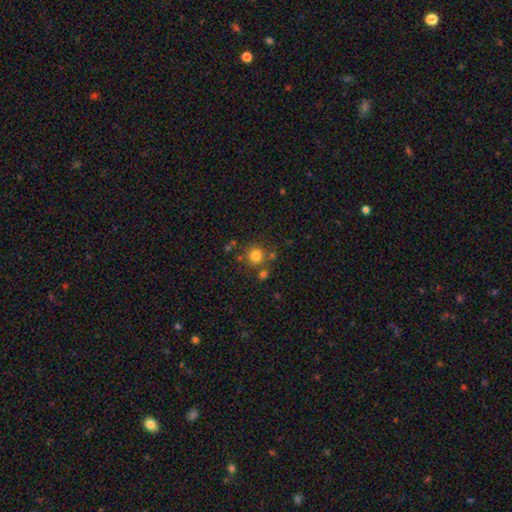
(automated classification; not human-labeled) A smooth galaxy with no disk features (79%) that is round (92%).

Vote fractions:
- Smooth or featured? smooth: 79% / star or artifact: 14% / featured or disk: 7%
- How rounded? round: 92% / in between: 7% / cigar-shaped: 1%
- Merging? none: 74% / merger: 12% / minor disturbance: 10% / major disturbance: 4%